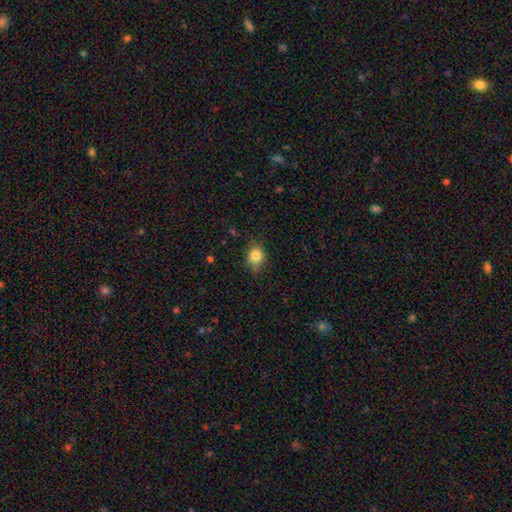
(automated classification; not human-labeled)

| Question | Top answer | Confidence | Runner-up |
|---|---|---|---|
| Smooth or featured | smooth | 81% | star or artifact (11%) |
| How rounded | round | 66% | in between (32%) |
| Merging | none | 69% | minor disturbance (24%) |